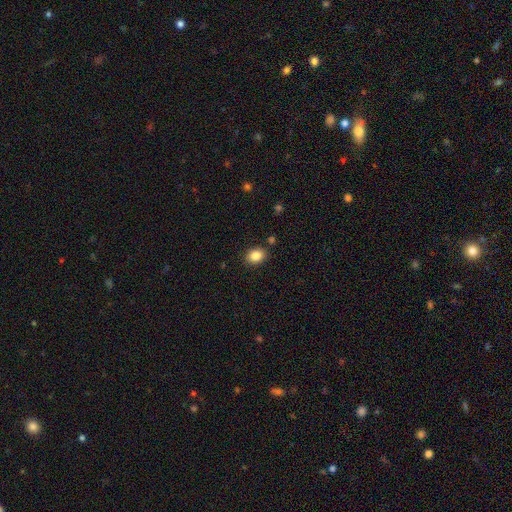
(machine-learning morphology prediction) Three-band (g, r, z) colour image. It shows a smooth galaxy with no disk features (84%) that is in between round and cigar-shaped (57%). Merging: none (87%).